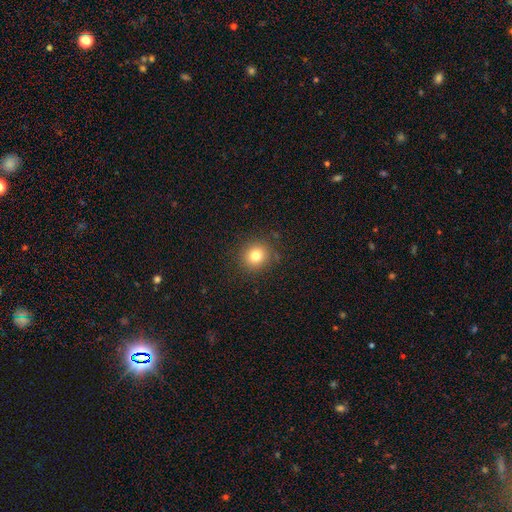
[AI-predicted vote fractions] Smooth or featured: smooth — 79% (star or artifact — 13%)
How rounded: round — 88% (in between — 11%)
Merging: none — 87% (minor disturbance — 9%)